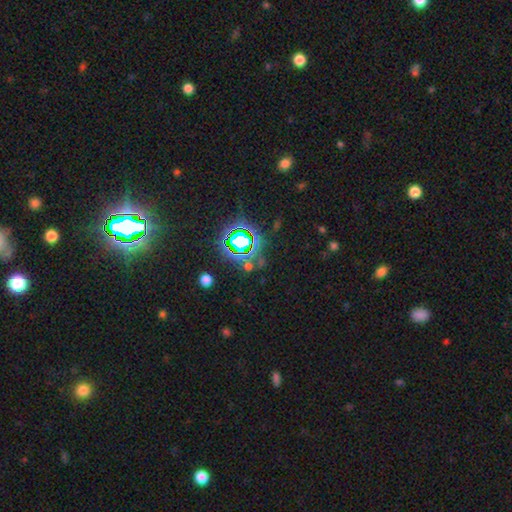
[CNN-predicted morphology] This appears to be a star or artifact, not a galaxy (82%).